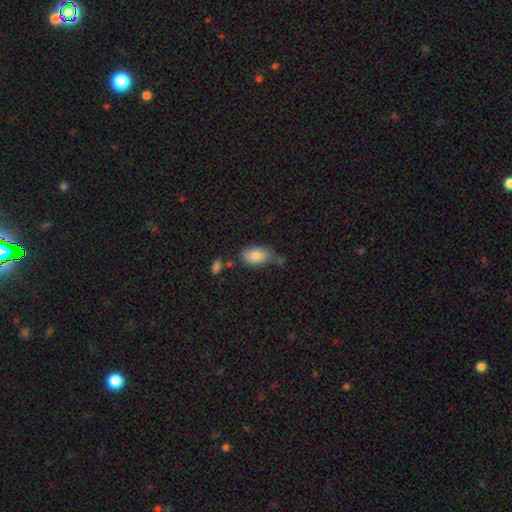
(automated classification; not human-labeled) This is clearly a smooth galaxy (85%). How rounded: clearly in between (91%). Merging: likely none (61%).